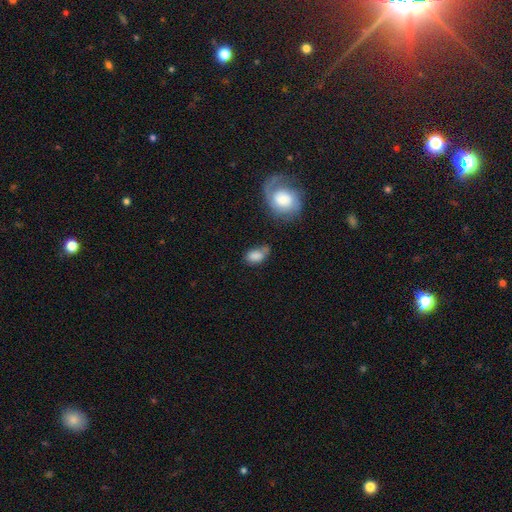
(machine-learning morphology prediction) A smooth galaxy with no disk features (79%) that is in between round and cigar-shaped (87%). Merging: none (44%).